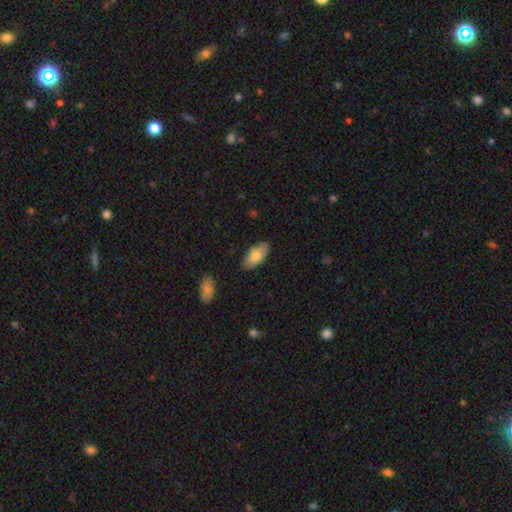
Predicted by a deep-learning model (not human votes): The model was most divided on "smooth or featured": smooth: 77%, featured or disk: 17%, star or artifact: 6%. More confident: how rounded — in between (93%); merging — none (83%).